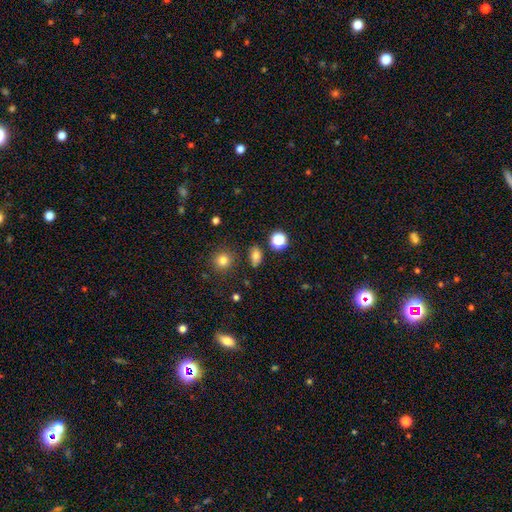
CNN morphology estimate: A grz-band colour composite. It shows a smooth galaxy with no disk features (75%) that is in between round and cigar-shaped (70%). Merging: none (80%).